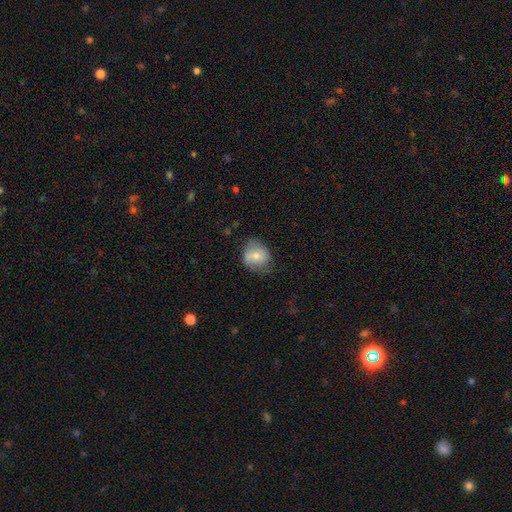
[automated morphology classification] A smooth galaxy with no disk features (69%) that is round (63%). Merging: none (57%).